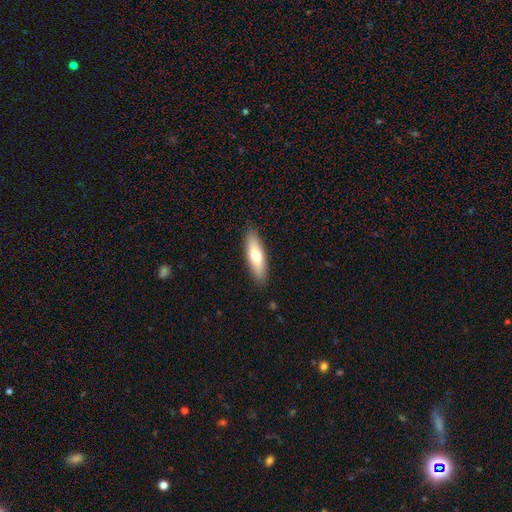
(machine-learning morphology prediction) smooth-or-featured: smooth: 66% | featured or disk: 28% | star or artifact: 6%
  how-rounded: cigar-shaped: 56% | in between: 42% | round: 2%
  merging: none: 89% | minor disturbance: 8% | major disturbance: 2% | merger: 1%